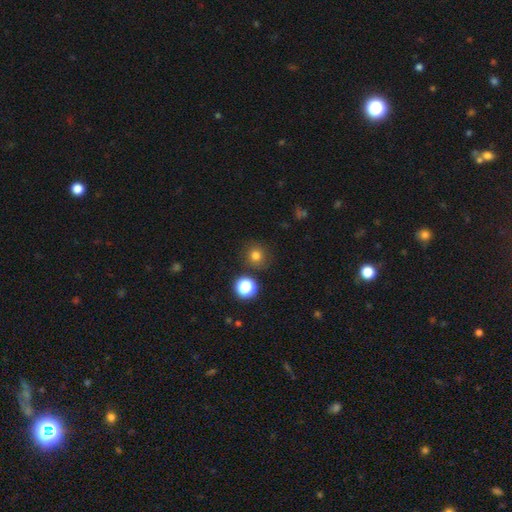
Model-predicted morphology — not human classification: Smooth or featured?
  - smooth: 76% *
  - star or artifact: 18%
  - featured or disk: 6%
How rounded?
  - round: 91% *
  - in between: 8%
  - cigar-shaped: 1%
Merging?
  - none: 84% *
  - minor disturbance: 9%
  - merger: 4%
  - major disturbance: 3%